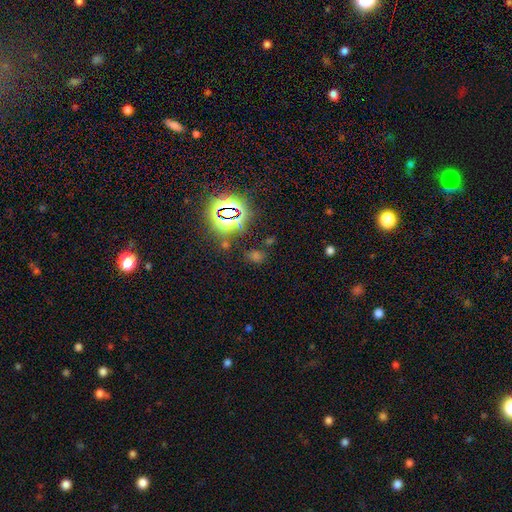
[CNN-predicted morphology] A star or artifact, not a galaxy (57%).

Vote fractions:
- Smooth or featured? star or artifact: 57% / smooth: 36% / featured or disk: 7%